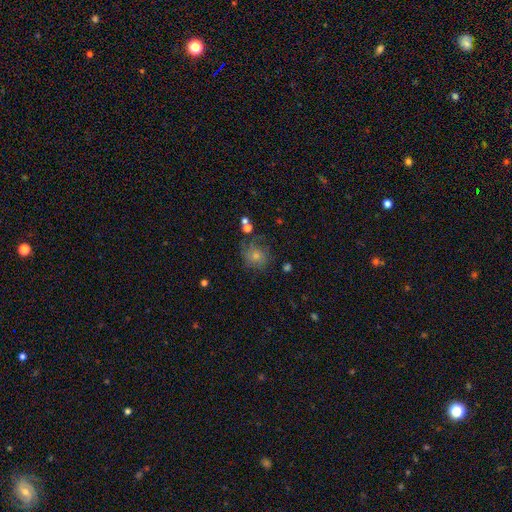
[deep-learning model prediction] smooth-or-featured: smooth: 46% | featured or disk: 28% | star or artifact: 26%
  merging: none: 69% | minor disturbance: 17% | major disturbance: 9% | merger: 5%